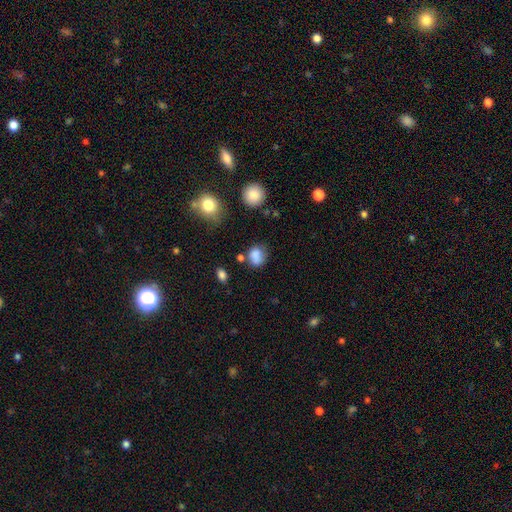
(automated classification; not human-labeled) Overall: smooth (82%). How rounded: in between (51%; round 48%). Merging: none (59%; minor disturbance 25%).